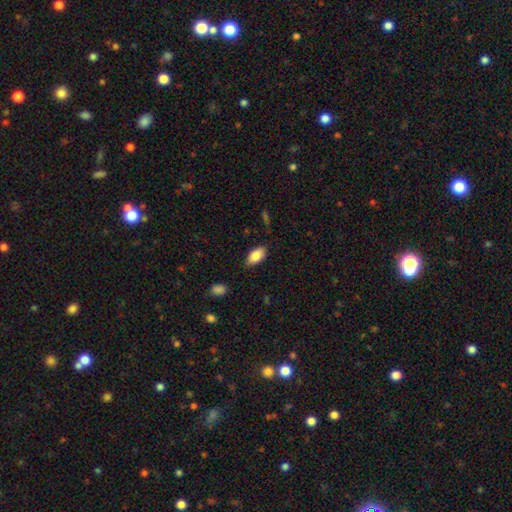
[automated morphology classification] Smooth or featured? smooth (82%)
How rounded? in between (92%)
Merging? none (83%)